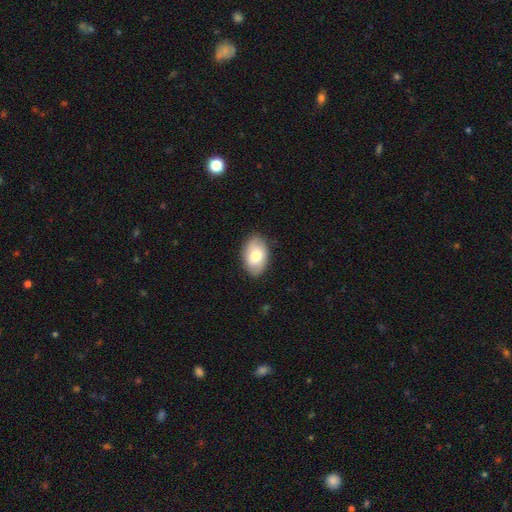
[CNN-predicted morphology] This is likely a smooth galaxy (72%). How rounded: clearly in between (91%). Merging: clearly none (86%).